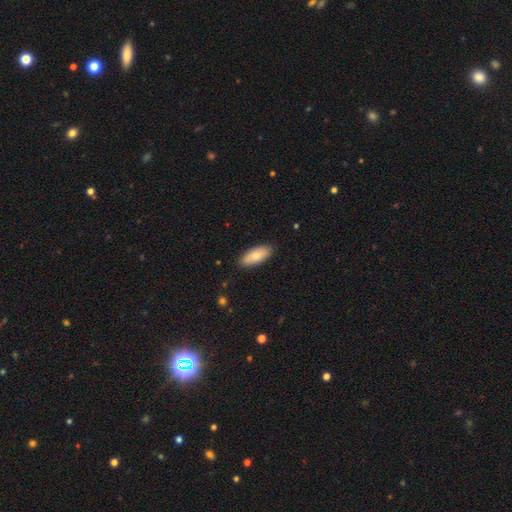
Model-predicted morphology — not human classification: A smooth galaxy with no disk features (79%) that is in between round and cigar-shaped (83%).

Vote fractions:
- Smooth or featured? smooth: 79% / featured or disk: 15% / star or artifact: 6%
- How rounded? in between: 83% / cigar-shaped: 15% / round: 2%
- Merging? none: 87% / minor disturbance: 10% / major disturbance: 2% / merger: 1%